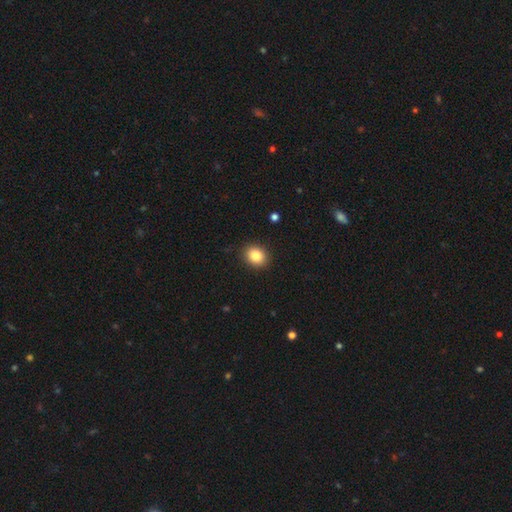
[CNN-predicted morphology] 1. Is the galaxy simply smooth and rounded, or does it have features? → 85% smooth, 9% star or artifact, 6% featured or disk.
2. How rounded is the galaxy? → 58% round, 41% in between, 1% cigar-shaped.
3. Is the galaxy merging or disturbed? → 90% none, 7% minor disturbance, 2% major disturbance, 1% merger.